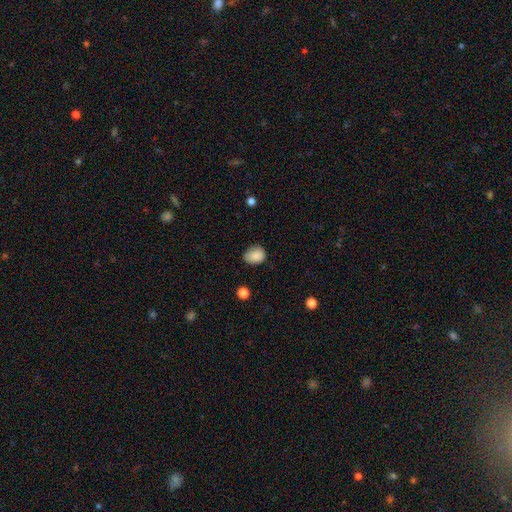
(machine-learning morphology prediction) smooth-or-featured: smooth: 87% | star or artifact: 9% | featured or disk: 4%
  how-rounded: in between: 58% | round: 41% | cigar-shaped: 1%
  merging: none: 68% | minor disturbance: 25% | major disturbance: 5% | merger: 2%